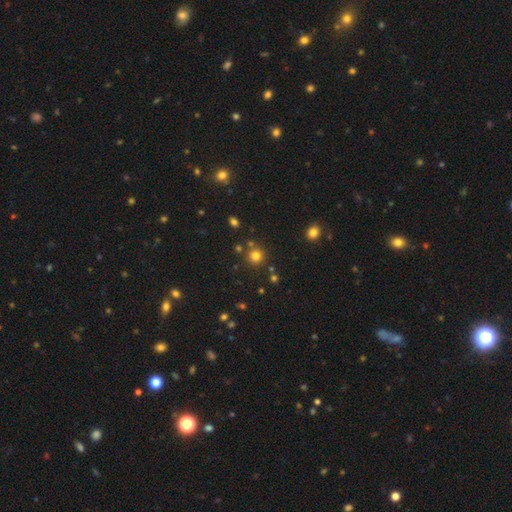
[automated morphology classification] The model was most divided on "smooth or featured": smooth: 76%, star or artifact: 17%, featured or disk: 7%. More confident: how rounded — round (93%); merging — none (81%).